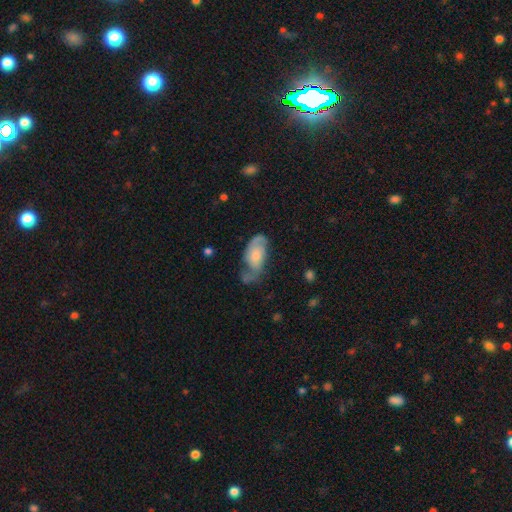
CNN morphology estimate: This appears to be a featured or disk galaxy (67%) with no bar (68%), 2 (79%) medium (41%, tied with loose) spiral arms (88%) and a moderate central bulge (40%). Merging: none (44%).